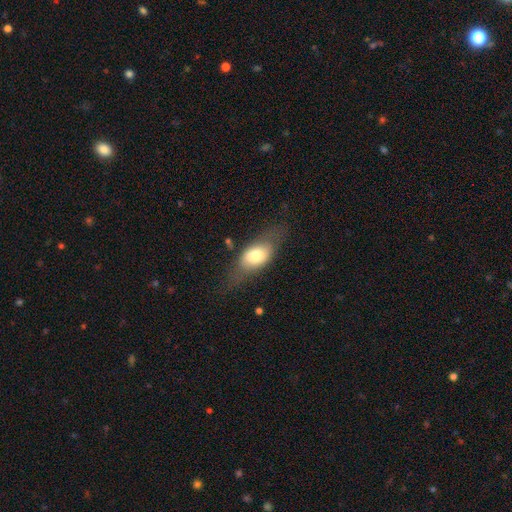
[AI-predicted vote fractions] Q: Smooth or featured?
A: smooth (63%); runner-up: featured or disk (30%)
Q: How rounded?
A: in between (79%); runner-up: cigar-shaped (12%)
Q: Merging?
A: none (62%); runner-up: minor disturbance (22%)